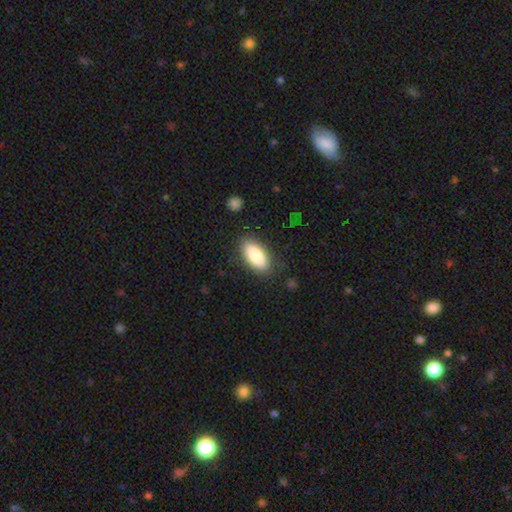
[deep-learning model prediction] Q: Smooth or featured?
A: smooth (87%); runner-up: featured or disk (7%)
Q: How rounded?
A: in between (90%); runner-up: cigar-shaped (8%)
Q: Merging?
A: none (84%); runner-up: minor disturbance (11%)